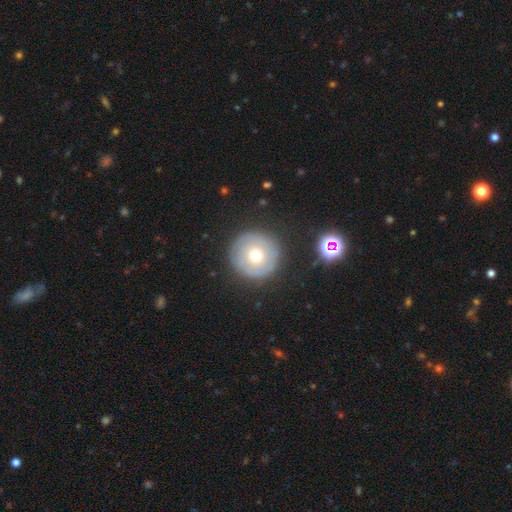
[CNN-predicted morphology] A smooth galaxy with no disk features (51%) that is round (95%). Merging: none (85%).